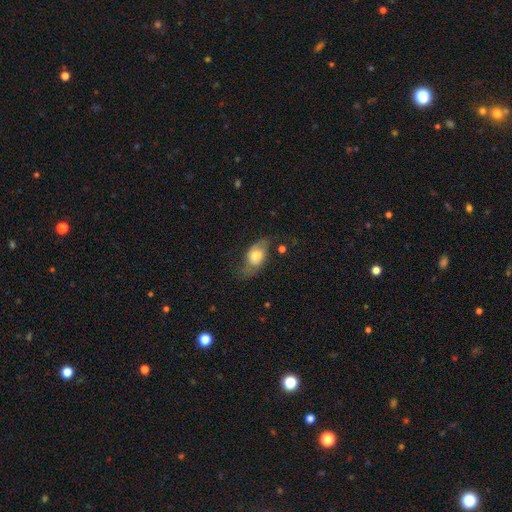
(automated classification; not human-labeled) This is possibly a smooth galaxy (50%). How rounded: clearly in between (81%). Merging: possibly none (51%).